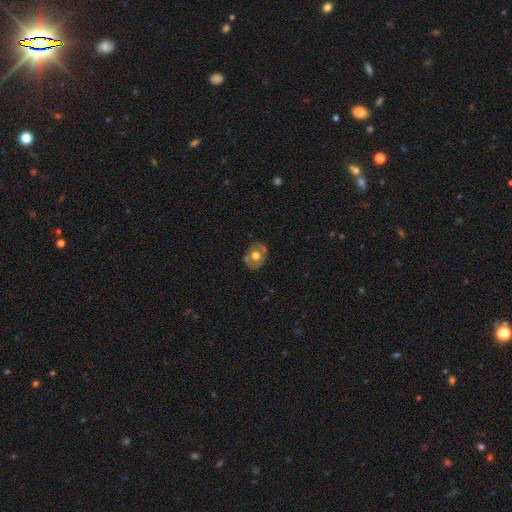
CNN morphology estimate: Smooth or featured?
  - smooth: 48% *
  - featured or disk: 44%
  - star or artifact: 8%
Merging?
  - none: 76% *
  - minor disturbance: 16%
  - major disturbance: 4%
  - merger: 4%